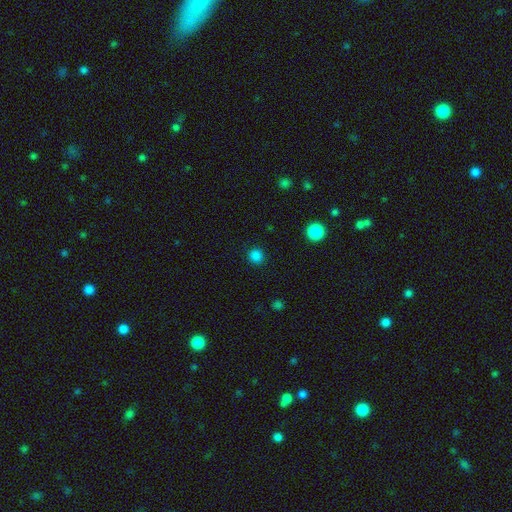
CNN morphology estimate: smooth-or-featured: smooth: 84% | star or artifact: 14% | featured or disk: 3%
  how-rounded: round: 93% | in between: 6% | cigar-shaped: 1%
  merging: none: 91% | minor disturbance: 5% | major disturbance: 2% | merger: 1%